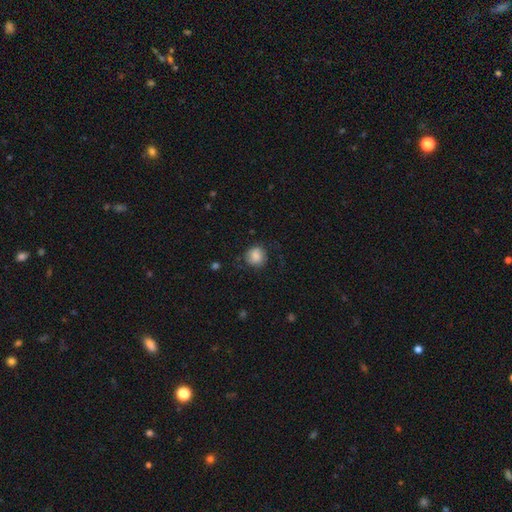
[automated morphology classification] This is clearly a smooth galaxy (81%). How rounded: clearly round (83%). Merging: likely none (72%).